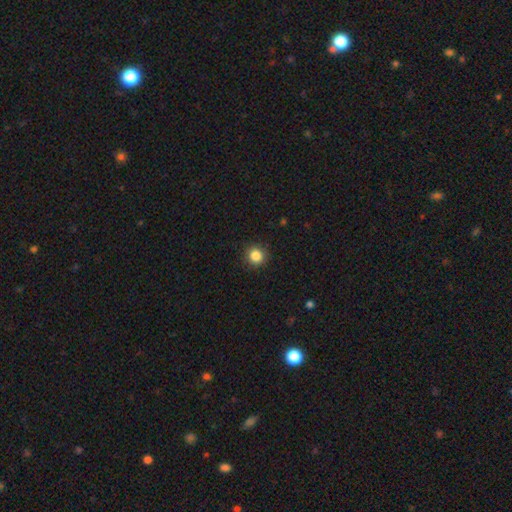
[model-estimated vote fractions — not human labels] A smooth galaxy with no disk features (85%) that is round (92%). Merging: none (91%).